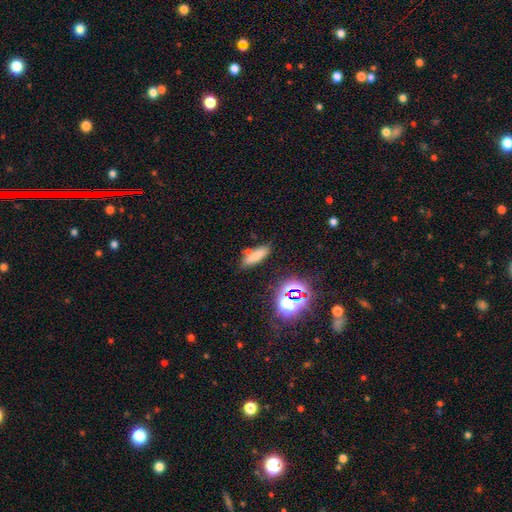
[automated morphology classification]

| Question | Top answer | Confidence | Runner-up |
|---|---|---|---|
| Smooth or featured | smooth | 67% | star or artifact (18%) |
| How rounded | cigar-shaped | 48% | in between (47%) |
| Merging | none | 69% | minor disturbance (14%) |